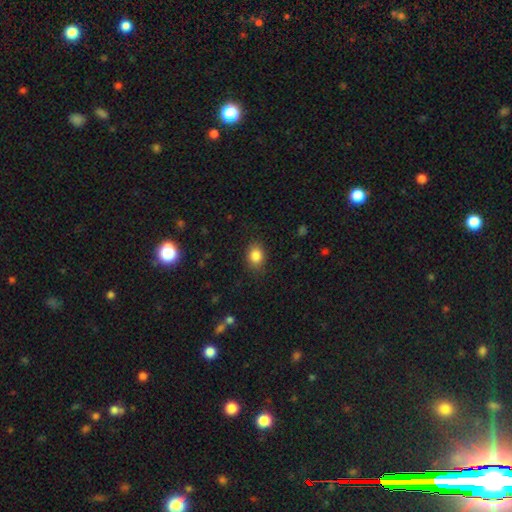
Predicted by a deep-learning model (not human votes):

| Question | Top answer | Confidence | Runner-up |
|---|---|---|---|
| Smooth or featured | smooth | 85% | star or artifact (10%) |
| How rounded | in between | 53% | round (46%) |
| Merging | none | 83% | minor disturbance (13%) |